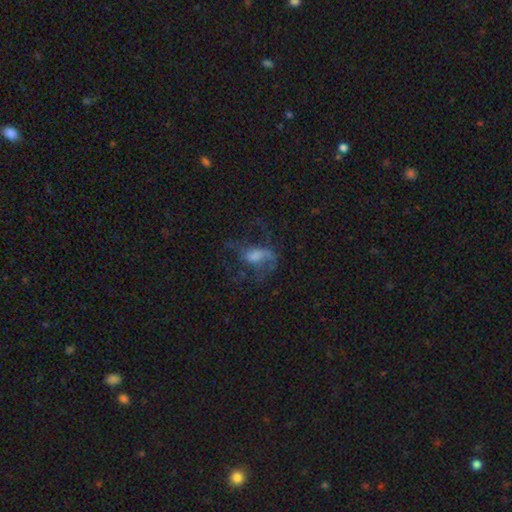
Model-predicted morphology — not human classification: Smooth or featured? featured or disk (55%)
Edge-on disk? no (95%)
Bar? no (56%)
Spiral arms? yes (63%)
Bulge size? moderate (36%)
Merging? major disturbance (43%)